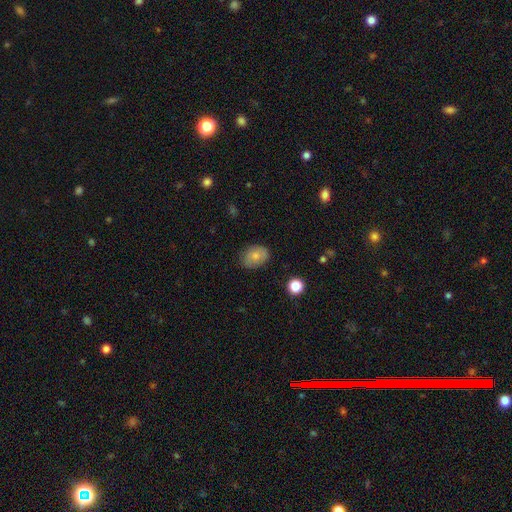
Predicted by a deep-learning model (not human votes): A smooth galaxy with no disk features (76%) that is in between round and cigar-shaped (67%).

Vote fractions:
- Smooth or featured? smooth: 76% / featured or disk: 16% / star or artifact: 8%
- How rounded? in between: 67% / round: 32% / cigar-shaped: 1%
- Merging? none: 77% / minor disturbance: 18% / major disturbance: 4% / merger: 1%